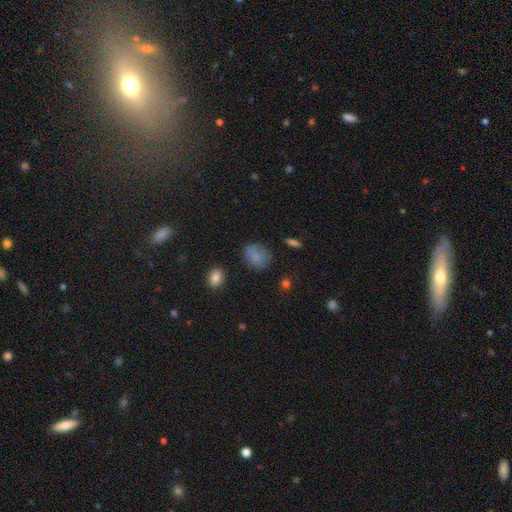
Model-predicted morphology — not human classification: Q: Smooth or featured?
A: smooth (81%); runner-up: star or artifact (10%)
Q: How rounded?
A: round (65%); runner-up: in between (34%)
Q: Merging?
A: none (73%); runner-up: minor disturbance (18%)